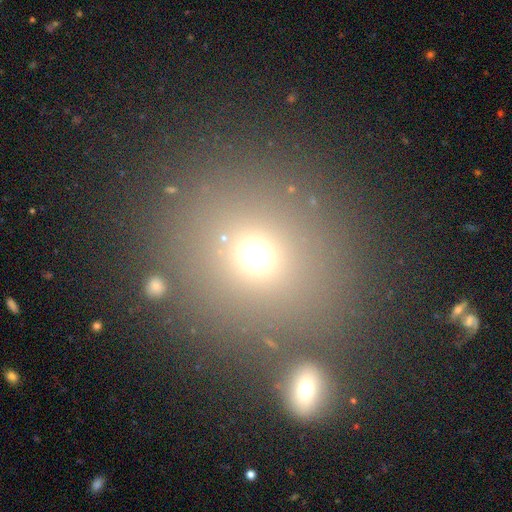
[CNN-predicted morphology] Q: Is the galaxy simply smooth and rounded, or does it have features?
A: smooth — 68%.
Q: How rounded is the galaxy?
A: round — 81%.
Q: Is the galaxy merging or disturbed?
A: none — 70%.